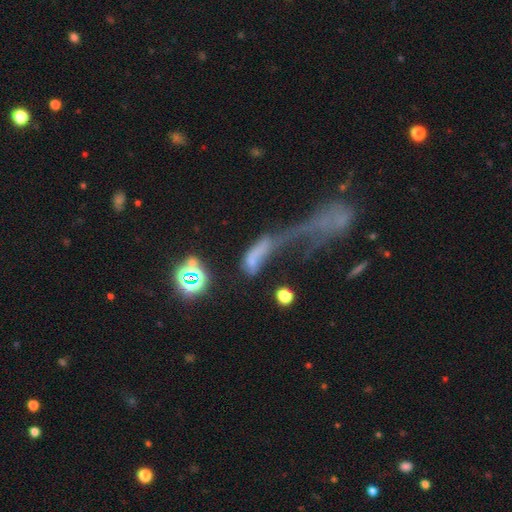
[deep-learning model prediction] Q: Smooth or featured?
A: smooth (44%); runner-up: featured or disk (30%)
Q: Merging?
A: merger (41%); runner-up: major disturbance (39%)